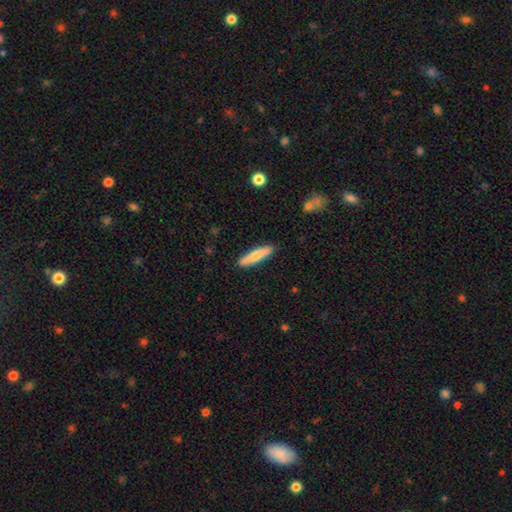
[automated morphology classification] smooth 77%, featured or disk 18%, star or artifact 5%. Down the decision tree: how rounded — cigar-shaped (87%); merging — none (89%).